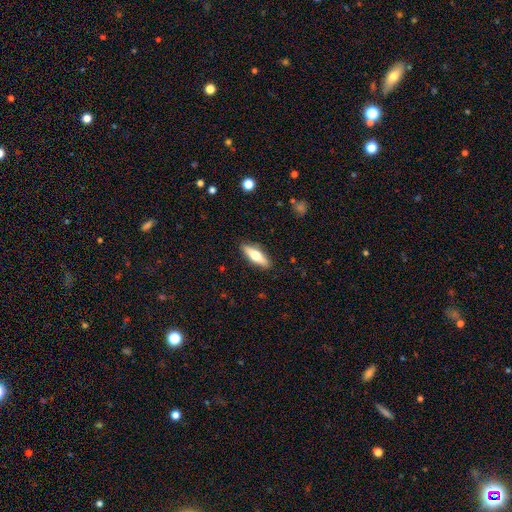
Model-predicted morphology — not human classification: Smooth or featured: smooth — 54% (featured or disk — 40%)
How rounded: cigar-shaped — 54% (in between — 43%)
Merging: none — 89% (minor disturbance — 8%)